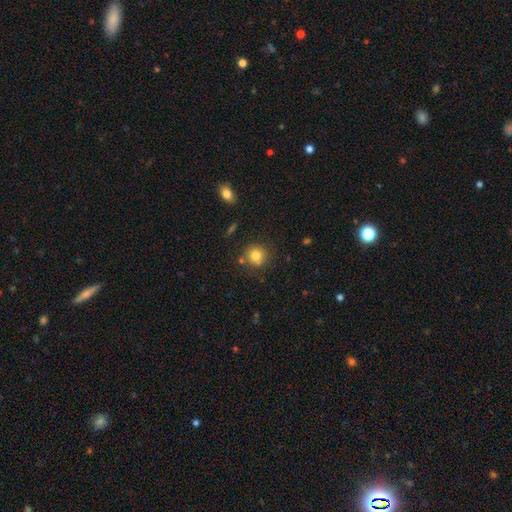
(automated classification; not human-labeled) Smooth or featured? smooth (80%)
How rounded? round (89%)
Merging? none (78%)